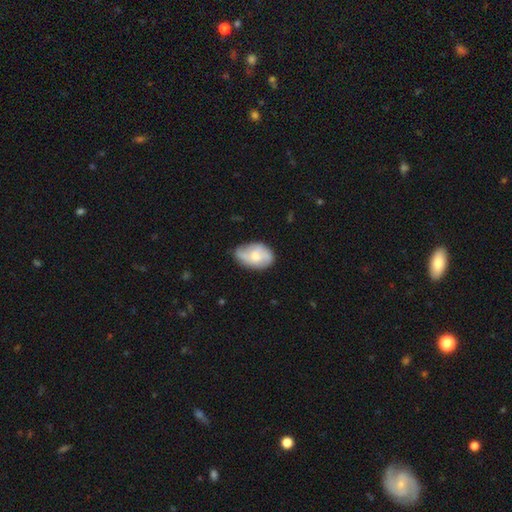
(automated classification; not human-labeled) smooth-or-featured: smooth: 50% | featured or disk: 44% | star or artifact: 6%
  merging: none: 56% | minor disturbance: 32% | major disturbance: 9% | merger: 2%